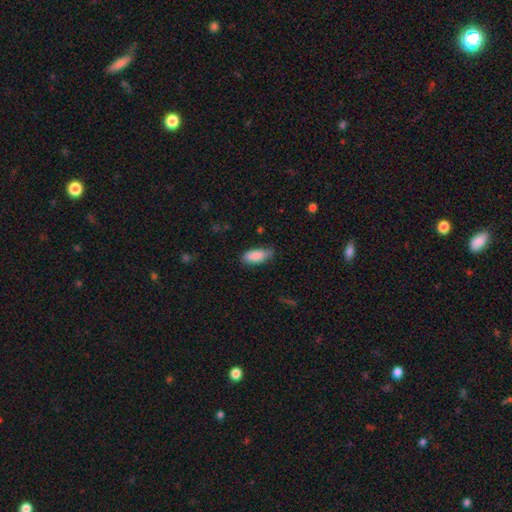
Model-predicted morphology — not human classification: Smooth or featured? Predicted: smooth (p=0.87). How rounded? Predicted: in between (p=0.85). Merging? Predicted: none (p=0.69).